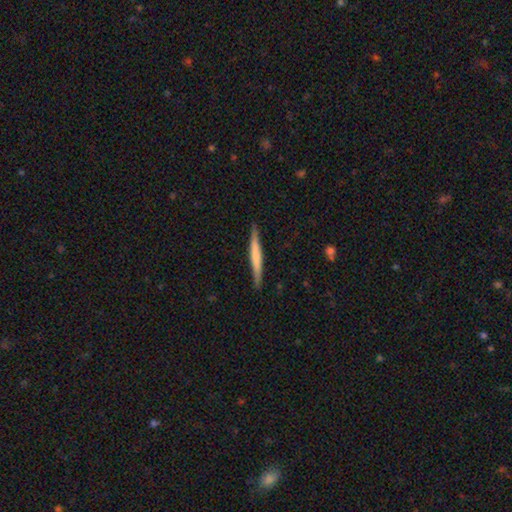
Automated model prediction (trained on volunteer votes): Overall: smooth (51%; featured or disk 44%). How rounded: cigar-shaped (96%). Merging: none (89%).